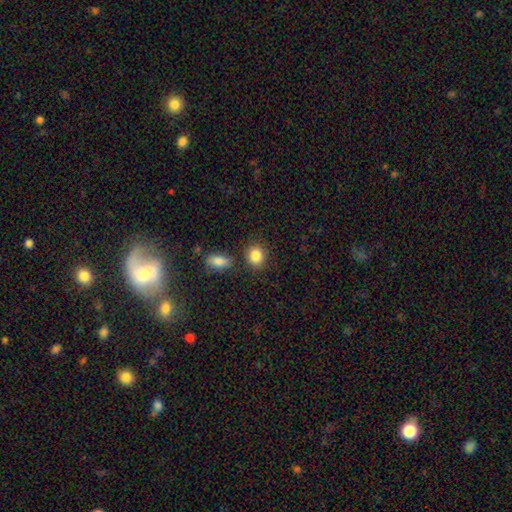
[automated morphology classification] Smooth or featured? Predicted: smooth (p=0.86). How rounded? Predicted: round (p=0.68). Merging? Predicted: none (p=0.79).